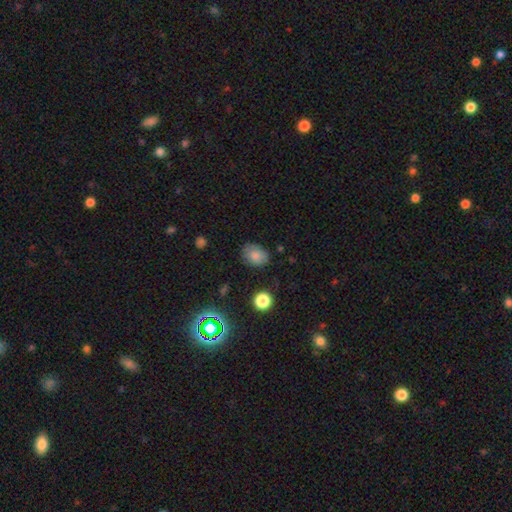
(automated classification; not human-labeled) Smooth or featured: smooth — 79% (star or artifact — 12%)
How rounded: in between — 64% (round — 35%)
Merging: none — 76% (minor disturbance — 18%)